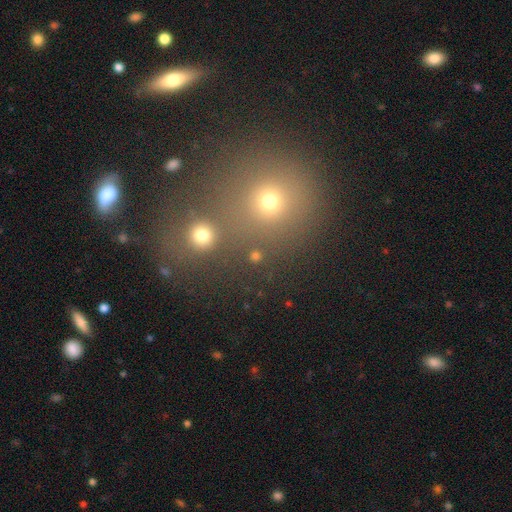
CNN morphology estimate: A smooth galaxy with no disk features (65%) that is round (88%).

Vote fractions:
- Smooth or featured? smooth: 65% / star or artifact: 27% / featured or disk: 9%
- How rounded? round: 88% / in between: 11% / cigar-shaped: 1%
- Merging? none: 64% / merger: 25% / minor disturbance: 7% / major disturbance: 4%